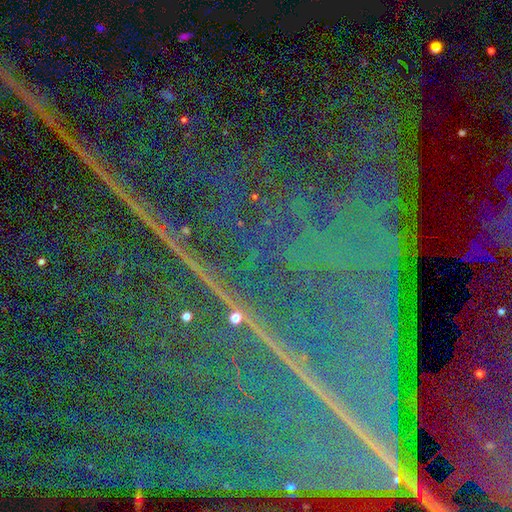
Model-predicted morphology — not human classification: Smooth or featured?
  - star or artifact: 89% *
  - featured or disk: 7%
  - smooth: 4%